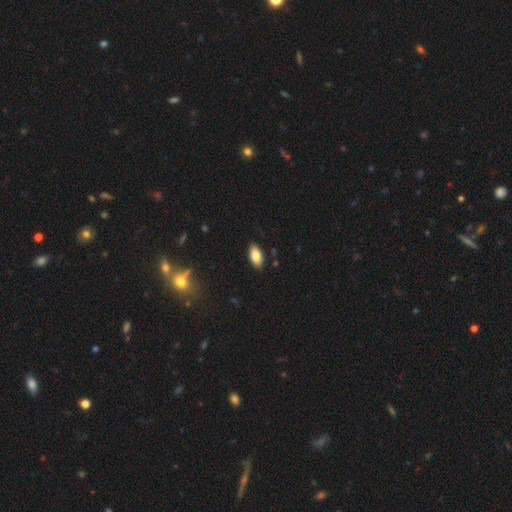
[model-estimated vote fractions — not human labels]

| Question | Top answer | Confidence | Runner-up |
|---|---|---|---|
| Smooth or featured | smooth | 82% | featured or disk (11%) |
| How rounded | in between | 93% | cigar-shaped (5%) |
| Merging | none | 87% | minor disturbance (10%) |